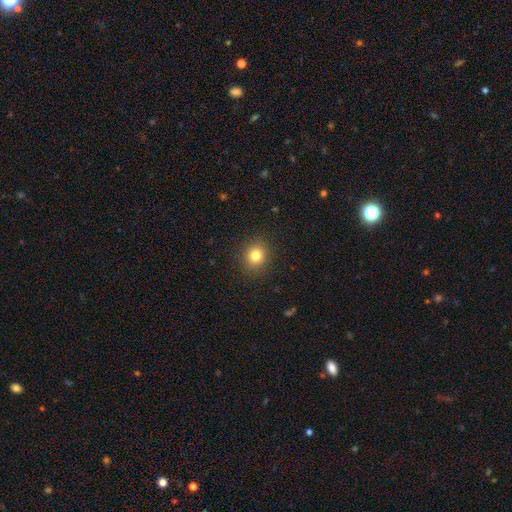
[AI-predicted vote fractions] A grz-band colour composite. It shows a smooth galaxy with no disk features (81%) that is round (80%). Merging: none (90%).